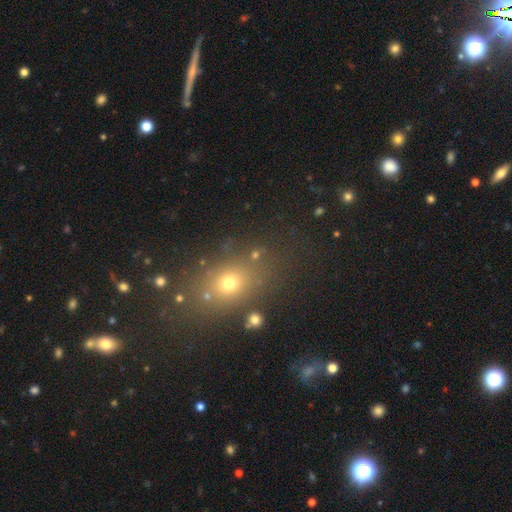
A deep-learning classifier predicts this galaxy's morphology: Smooth or featured: smooth — 61% (star or artifact — 26%)
How rounded: in between — 51% (round — 44%)
Merging: none — 76% (minor disturbance — 12%)